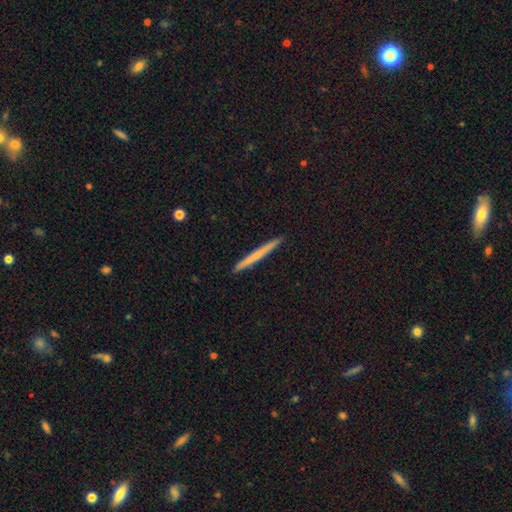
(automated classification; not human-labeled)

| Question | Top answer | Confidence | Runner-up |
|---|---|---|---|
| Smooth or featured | smooth | 58% | featured or disk (36%) |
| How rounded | cigar-shaped | 97% | in between (1%) |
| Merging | none | 93% | minor disturbance (4%) |